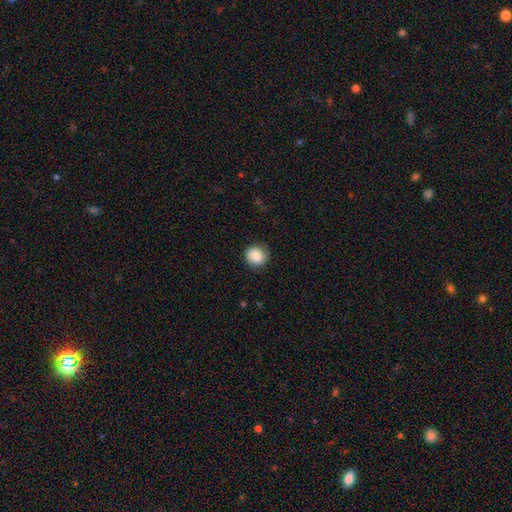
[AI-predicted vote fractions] This appears to be a smooth galaxy with no disk features (82%) that is round (89%). Merging: none (82%).